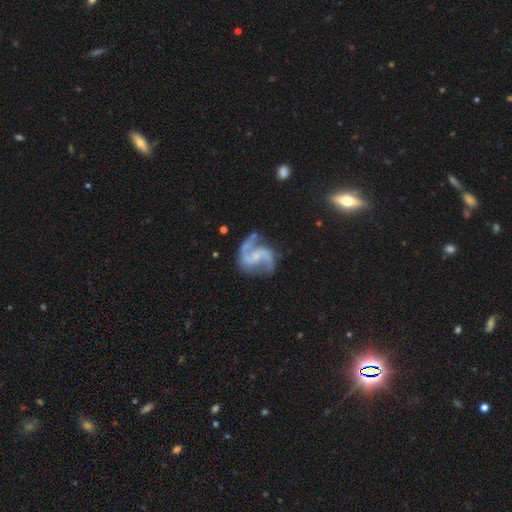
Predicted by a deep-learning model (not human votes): Q: Smooth or featured?
A: featured or disk (90%); runner-up: star or artifact (5%)
Q: Edge-on disk?
A: no (98%); runner-up: yes (2%)
Q: Bar?
A: no (44%); runner-up: weak (40%)
Q: Spiral arms?
A: yes (97%); runner-up: no (3%)
Q: Spiral winding?
A: medium (52%); runner-up: loose (39%)
Q: Spiral arm count?
A: 2 (91%); runner-up: 3 (3%)
Q: Bulge size?
A: small (62%); runner-up: none (18%)
Q: Merging?
A: none (65%); runner-up: minor disturbance (20%)